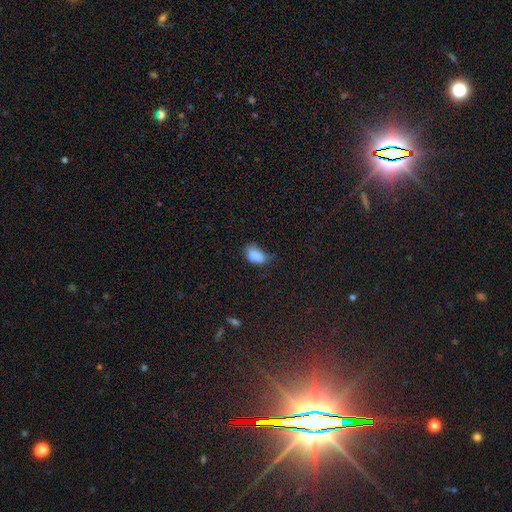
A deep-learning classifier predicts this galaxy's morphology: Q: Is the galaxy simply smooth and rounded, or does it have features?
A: smooth — 84%.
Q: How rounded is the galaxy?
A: in between — 88%.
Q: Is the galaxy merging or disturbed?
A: minor disturbance — 41%.